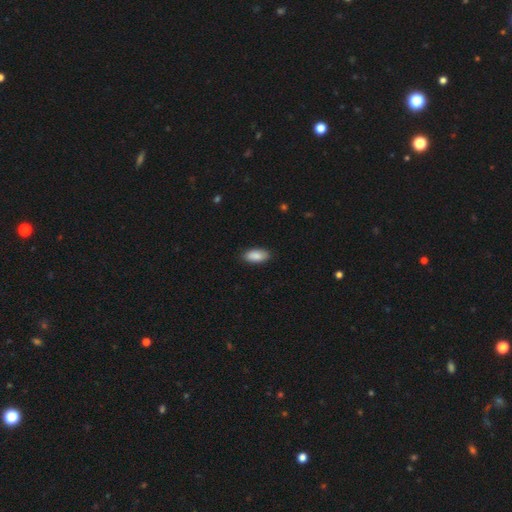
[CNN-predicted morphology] This appears to be a smooth galaxy with no disk features (89%) that is in between round and cigar-shaped (92%). Merging: none (87%).